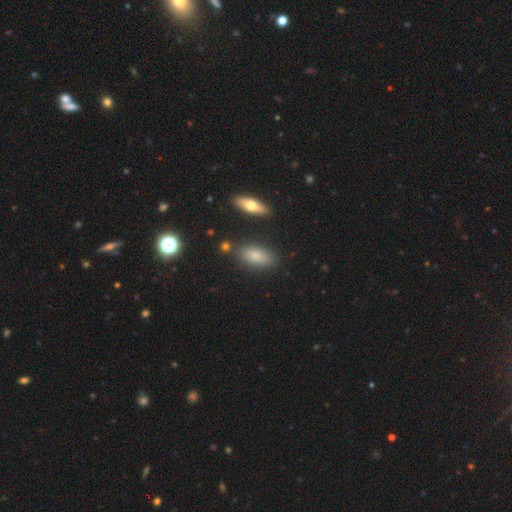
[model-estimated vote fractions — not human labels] Overall: smooth (80%). How rounded: in between (83%). Merging: none (80%).